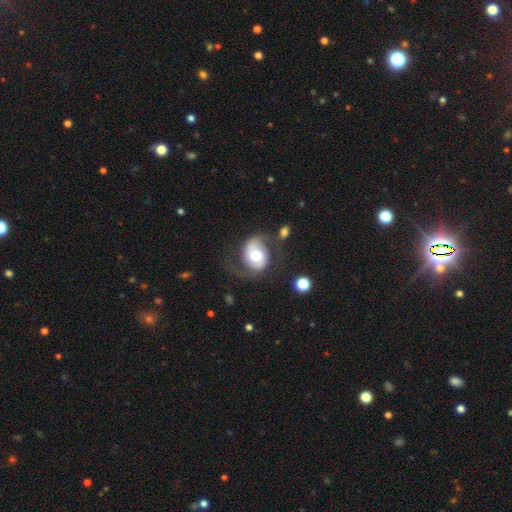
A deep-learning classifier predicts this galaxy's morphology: A featured or disk galaxy (59%) with no bar (56%), spiral arms (81%) and a moderate central bulge (64%).

Vote fractions:
- Smooth or featured? featured or disk: 59% / smooth: 34% / star or artifact: 7%
- Edge-on disk? no: 97% / yes: 3%
- Bar? no: 56% / weak: 31% / strong: 13%
- Spiral arms? yes: 81% / no: 19%
- Bulge size? moderate: 64% / large: 24% / small: 7% / dominant: 4% / none: 1%
- Merging? none: 53% / minor disturbance: 22% / major disturbance: 21% / merger: 4%